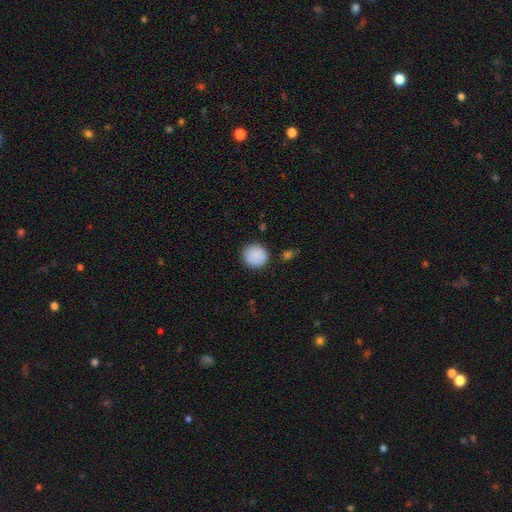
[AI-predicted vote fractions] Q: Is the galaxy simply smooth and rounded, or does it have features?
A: smooth — 88%.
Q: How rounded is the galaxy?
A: round — 93%.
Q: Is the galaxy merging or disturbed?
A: none — 86%.